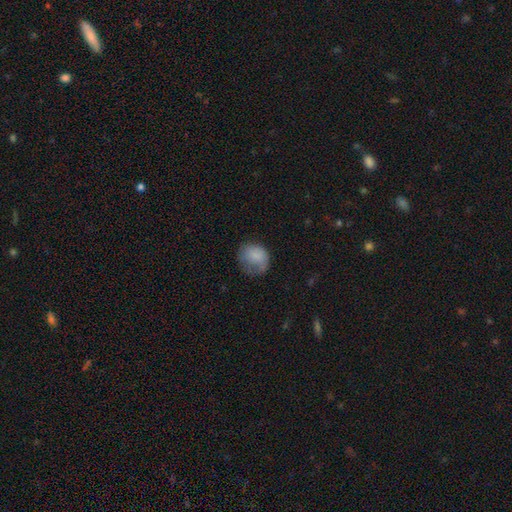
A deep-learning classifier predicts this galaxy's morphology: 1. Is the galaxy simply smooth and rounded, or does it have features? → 80% smooth, 12% featured or disk, 8% star or artifact.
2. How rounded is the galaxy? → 62% round, 37% in between, 1% cigar-shaped.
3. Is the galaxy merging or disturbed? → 43% none, 32% minor disturbance, 23% major disturbance, 2% merger.